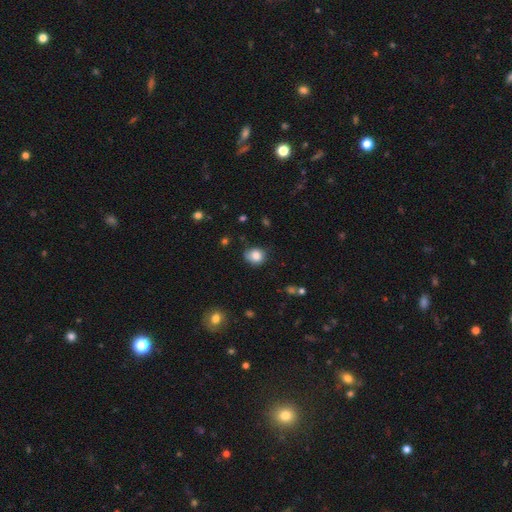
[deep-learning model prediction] Overall: smooth (84%). How rounded: round (70%). Merging: none (67%).